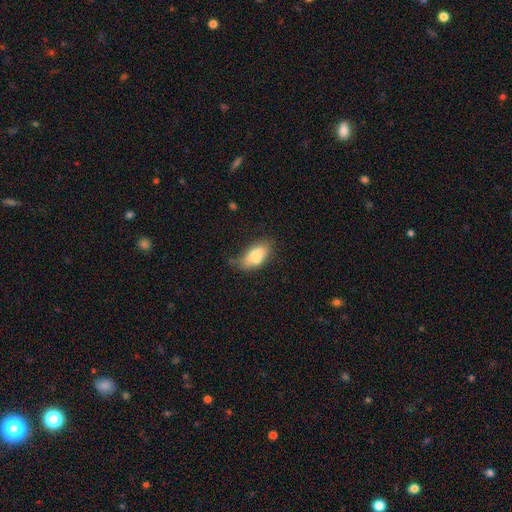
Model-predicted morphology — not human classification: type=smooth (76%); roundness=in between (87%); merging=none (43%).